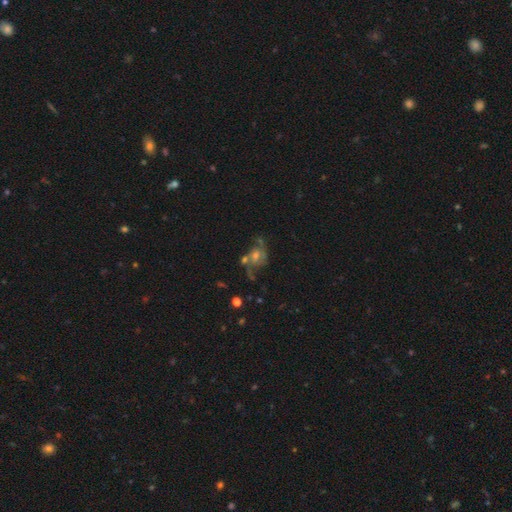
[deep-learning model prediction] Smooth or featured? Predicted: featured or disk (p=0.59). Edge-on disk? Predicted: no (p=0.96). Bar? Predicted: no (p=0.68). Spiral arms? Predicted: yes (p=0.72). Bulge size? Predicted: moderate (p=0.51). Merging? Predicted: none (p=0.41).